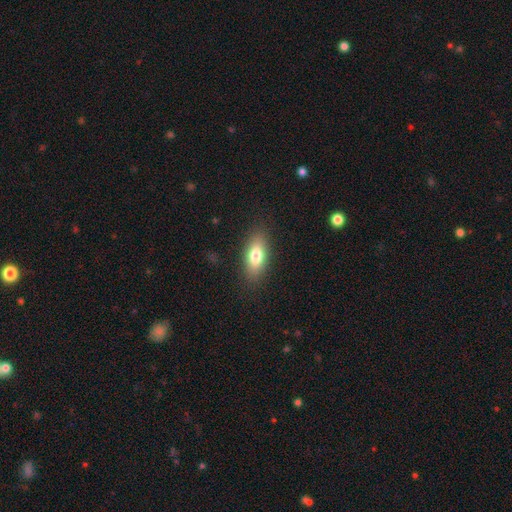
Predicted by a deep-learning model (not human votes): Smooth or featured?
  - smooth: 77% *
  - featured or disk: 15%
  - star or artifact: 8%
How rounded?
  - in between: 81% *
  - cigar-shaped: 15%
  - round: 4%
Merging?
  - none: 86% *
  - minor disturbance: 10%
  - major disturbance: 3%
  - merger: 1%